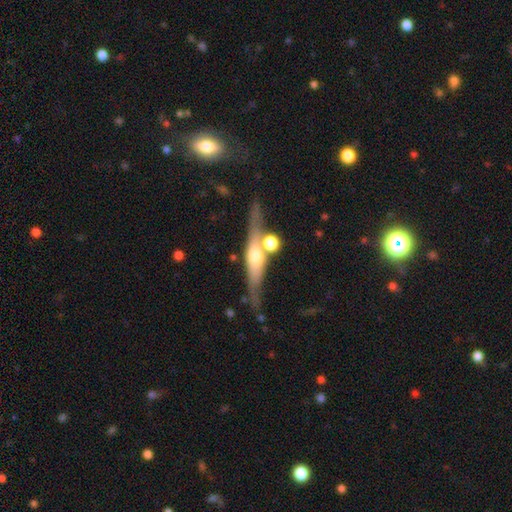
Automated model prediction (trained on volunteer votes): smooth_or_featured: featured or disk (p=0.72) [alt: smooth p=0.22]
disk_edge_on: yes (p=0.93) [alt: no p=0.07]
edge_on_bulge: rounded (p=0.88) [alt: boxy p=0.08]
merging: none (p=0.68) [alt: minor disturbance p=0.14]